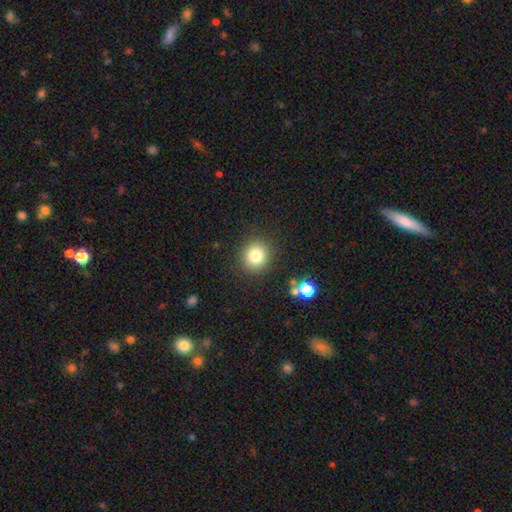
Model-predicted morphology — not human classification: A smooth galaxy with no disk features (80%) that is round (85%). Merging: none (88%).